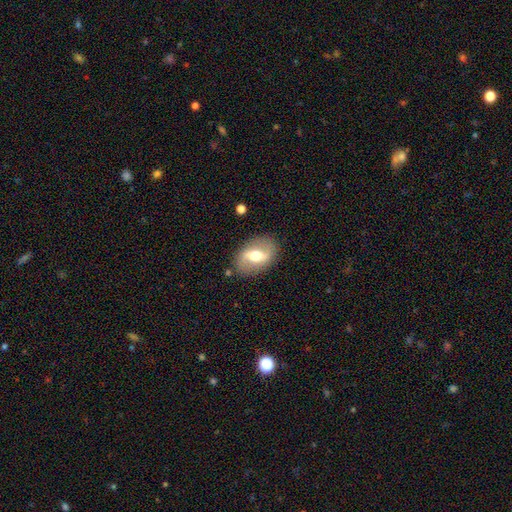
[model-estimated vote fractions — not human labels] featured or disk 66%, smooth 28%, star or artifact 6%. Down the decision tree: edge-on disk — no (92%); bar — strong (40%, tied with weak); spiral arms — yes (65%); bulge size — moderate (66%); merging — none (83%).